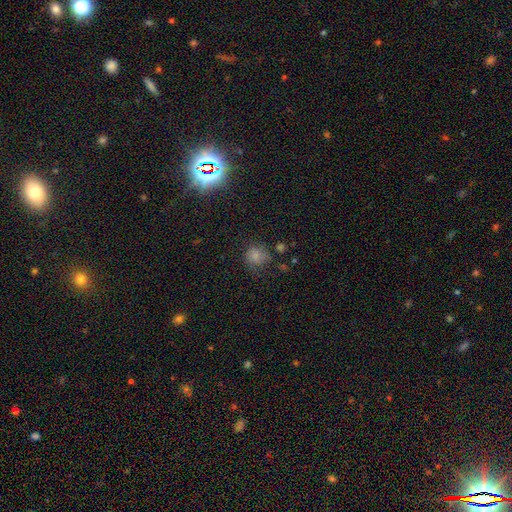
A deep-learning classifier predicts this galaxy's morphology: This is likely a smooth galaxy (75%). How rounded: clearly round (83%). Merging: likely none (63%).